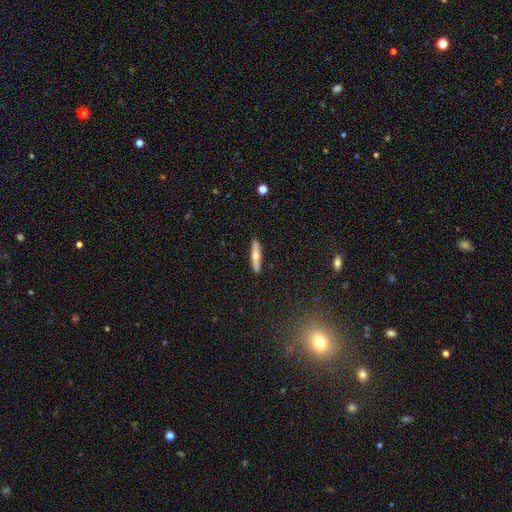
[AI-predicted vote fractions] Smooth or featured? Predicted: smooth (p=0.55). How rounded? Predicted: cigar-shaped (p=0.89). Merging? Predicted: none (p=0.89).